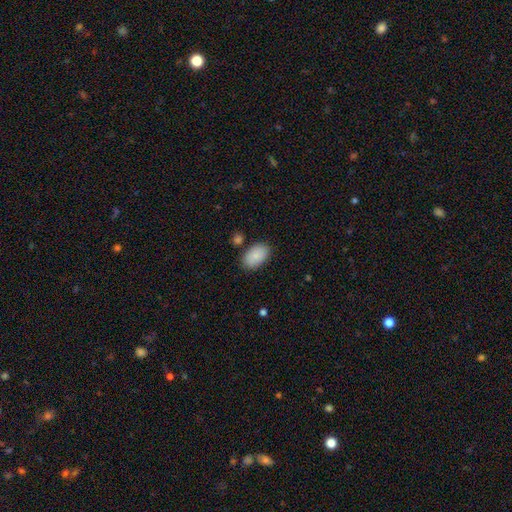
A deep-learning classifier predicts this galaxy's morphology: type=smooth (87%); roundness=in between (92%); merging=none (81%).